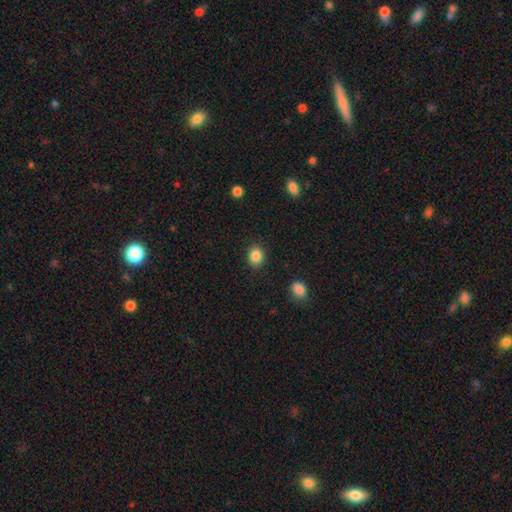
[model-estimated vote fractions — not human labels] smooth 86%, star or artifact 9%, featured or disk 4%. Down the decision tree: how rounded — round (50%); merging — none (88%).